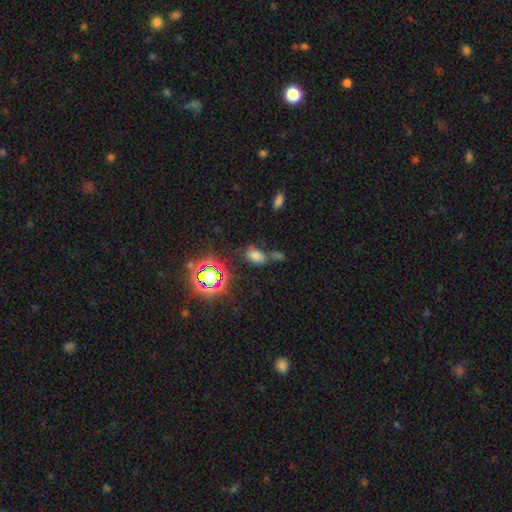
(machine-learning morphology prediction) type=smooth (61%); roundness=in between (84%); merging=none (47%).